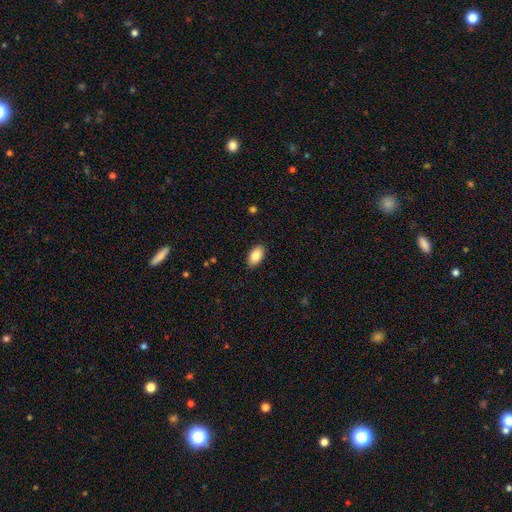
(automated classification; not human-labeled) This appears to be a smooth galaxy with no disk features (84%) that is in between round and cigar-shaped (94%). Merging: none (89%).